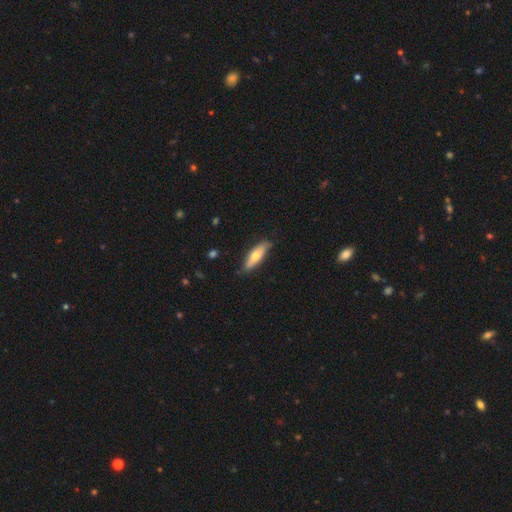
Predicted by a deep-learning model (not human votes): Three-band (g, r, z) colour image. It shows a smooth galaxy with no disk features (63%) that is cigar-shaped (53%). Merging: none (80%).